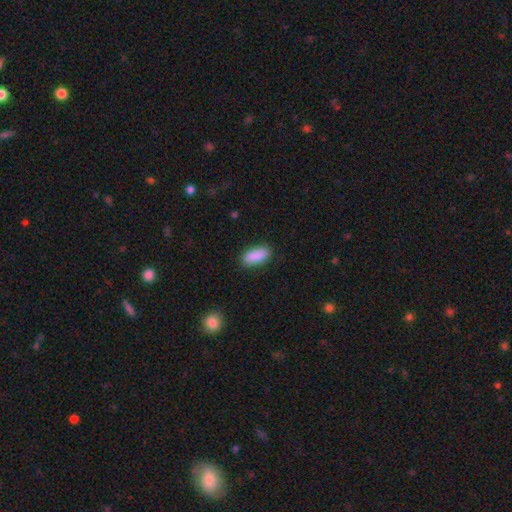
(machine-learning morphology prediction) smooth 90%, star or artifact 7%, featured or disk 4%. Down the decision tree: how rounded — in between (84%); merging — none (86%).